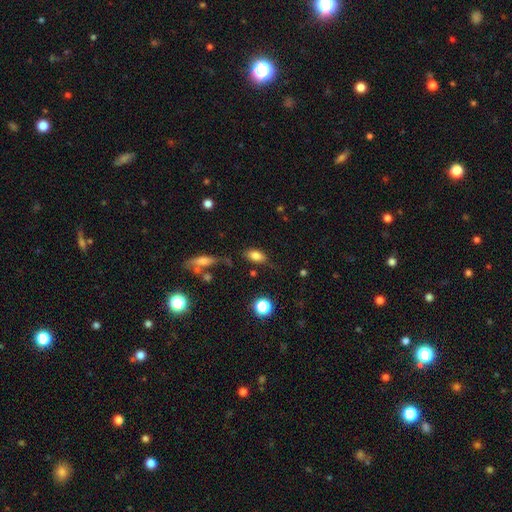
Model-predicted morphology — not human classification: This is likely a smooth galaxy (79%). How rounded: clearly in between (88%). Merging: likely none (73%).